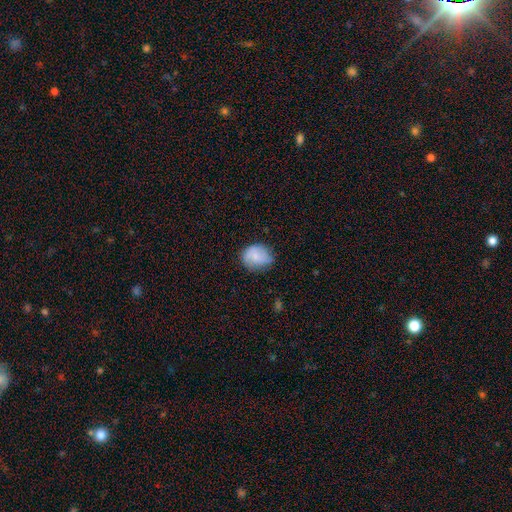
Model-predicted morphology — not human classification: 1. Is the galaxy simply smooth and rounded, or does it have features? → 69% smooth, 23% featured or disk, 8% star or artifact.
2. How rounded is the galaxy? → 53% round, 46% in between, 1% cigar-shaped.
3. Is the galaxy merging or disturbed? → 57% none, 32% minor disturbance, 9% major disturbance, 2% merger.